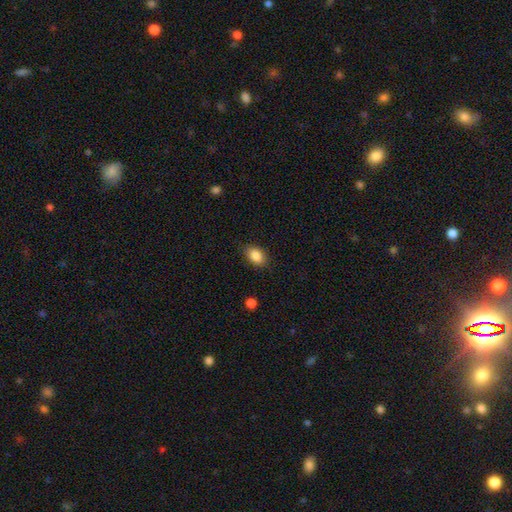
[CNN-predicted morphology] smooth_or_featured: smooth (p=0.87) [alt: star or artifact p=0.08]
how_rounded: in between (p=0.84) [alt: round p=0.15]
merging: none (p=0.86) [alt: minor disturbance p=0.11]